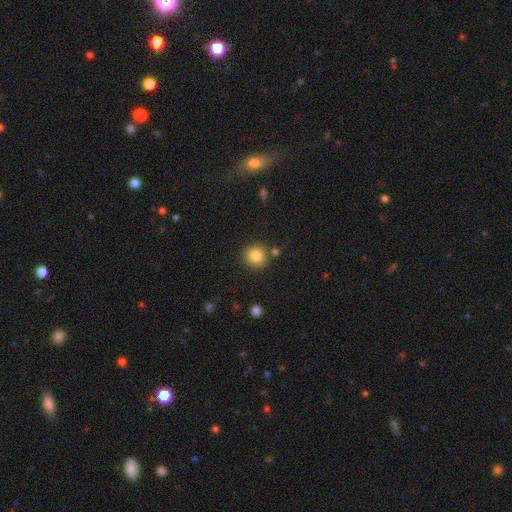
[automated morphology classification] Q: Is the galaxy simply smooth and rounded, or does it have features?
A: smooth — 83%.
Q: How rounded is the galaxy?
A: round — 93%.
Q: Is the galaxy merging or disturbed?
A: none — 84%.